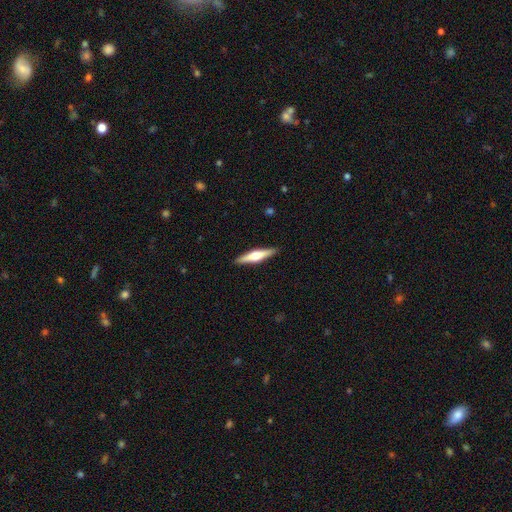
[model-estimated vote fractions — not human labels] Q: Smooth or featured?
A: featured or disk (58%); runner-up: smooth (37%)
Q: Edge-on disk?
A: yes (97%); runner-up: no (3%)
Q: Edge-on bulge?
A: rounded (92%); runner-up: boxy (5%)
Q: Merging?
A: none (91%); runner-up: minor disturbance (6%)